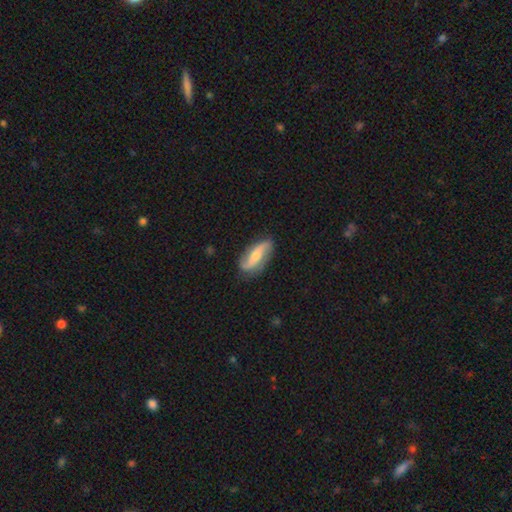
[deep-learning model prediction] Smooth or featured? featured or disk (73%)
Edge-on disk? no (89%)
Bar? no (37%)
Spiral arms? yes (92%)
Spiral winding? loose (65%)
Spiral arm count? 2 (90%)
Bulge size? moderate (49%)
Merging? none (80%)